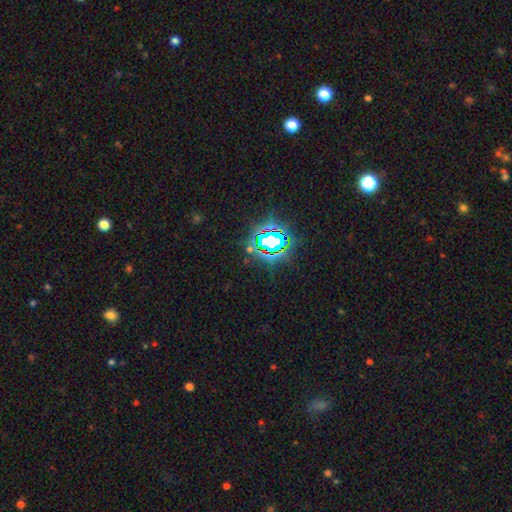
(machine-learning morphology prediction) A star or artifact, not a galaxy (81%).

Vote fractions:
- Smooth or featured? star or artifact: 81% / smooth: 12% / featured or disk: 7%